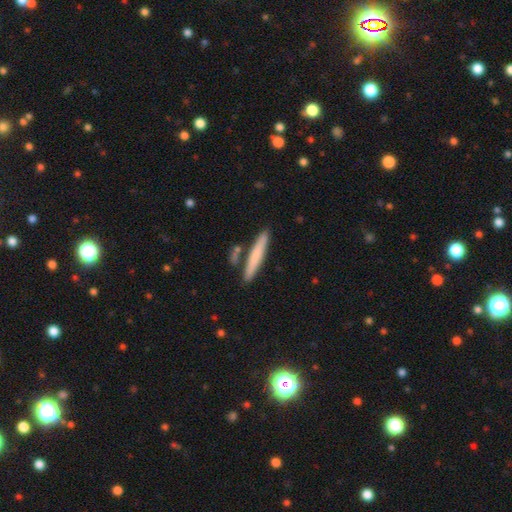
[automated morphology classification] smooth-or-featured: smooth: 72% | featured or disk: 23% | star or artifact: 5%
  how-rounded: cigar-shaped: 94% | in between: 4% | round: 1%
  merging: none: 82% | minor disturbance: 9% | merger: 6% | major disturbance: 2%